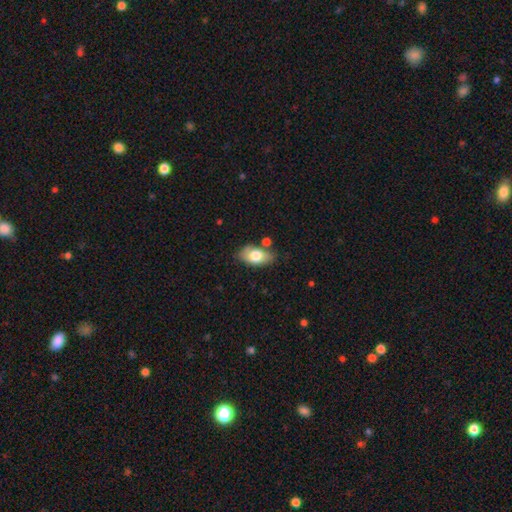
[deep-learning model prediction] smooth-or-featured: smooth: 73% | featured or disk: 20% | star or artifact: 7%
  how-rounded: in between: 91% | round: 6% | cigar-shaped: 3%
  merging: none: 66% | minor disturbance: 20% | merger: 9% | major disturbance: 5%